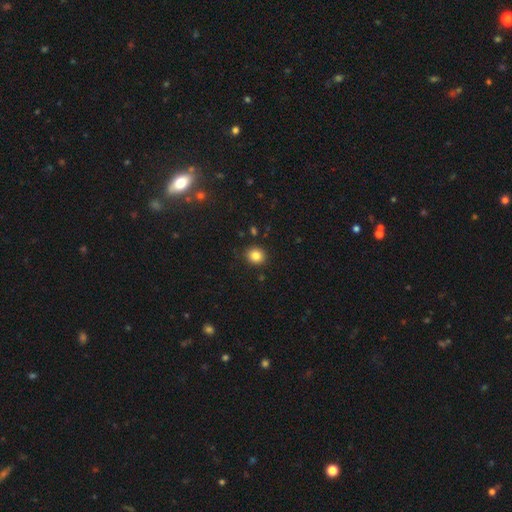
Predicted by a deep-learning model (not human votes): Smooth or featured? Predicted: smooth (p=0.84). How rounded? Predicted: round (p=0.76). Merging? Predicted: none (p=0.89).